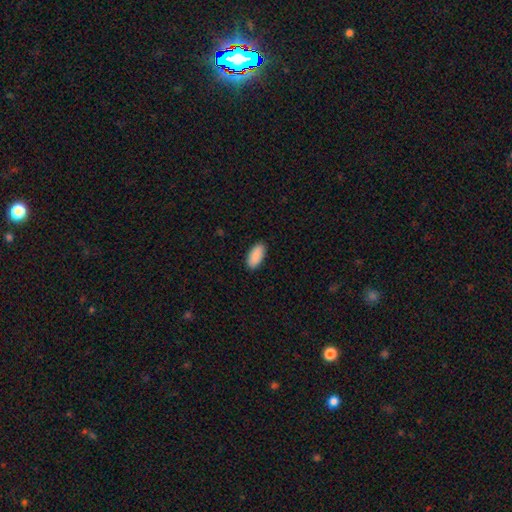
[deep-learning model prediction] The model was most divided on "merging": none: 90%, minor disturbance: 7%, major disturbance: 2%, merger: 1%. More confident: how rounded — in between (92%); smooth or featured — smooth (91%).